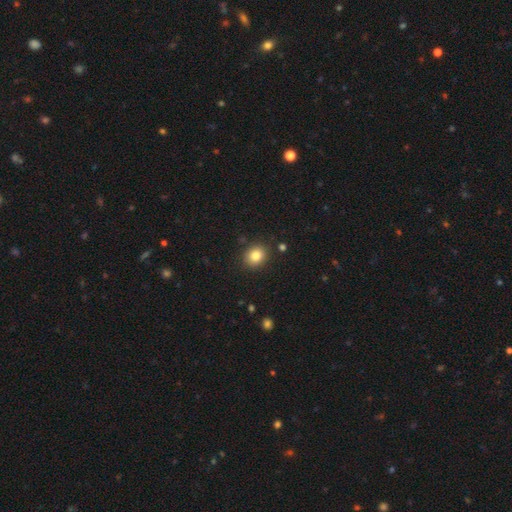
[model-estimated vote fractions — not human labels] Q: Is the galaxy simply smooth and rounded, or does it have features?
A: smooth — 83%.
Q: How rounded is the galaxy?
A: round — 68%.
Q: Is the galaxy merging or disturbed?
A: none — 88%.